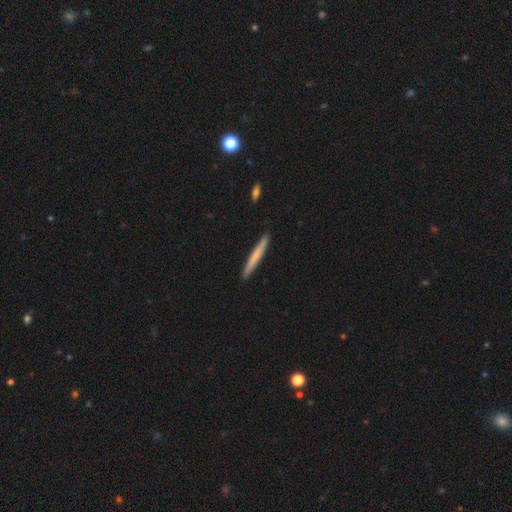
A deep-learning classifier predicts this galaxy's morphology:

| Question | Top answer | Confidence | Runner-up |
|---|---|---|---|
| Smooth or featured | smooth | 66% | featured or disk (29%) |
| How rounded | cigar-shaped | 97% | in between (2%) |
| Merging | none | 91% | minor disturbance (7%) |